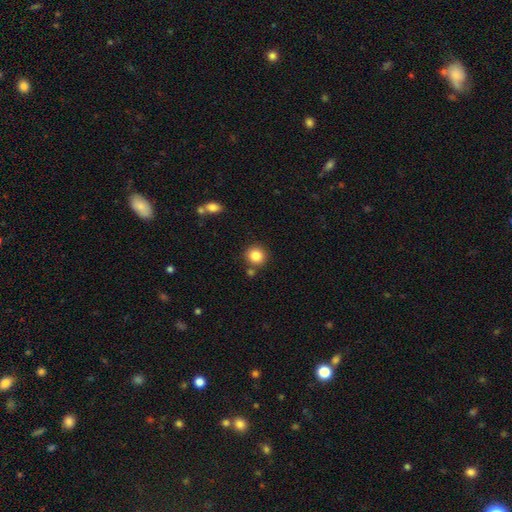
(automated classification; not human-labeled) This appears to be a smooth galaxy with no disk features (85%) that is round (89%). Merging: none (81%).